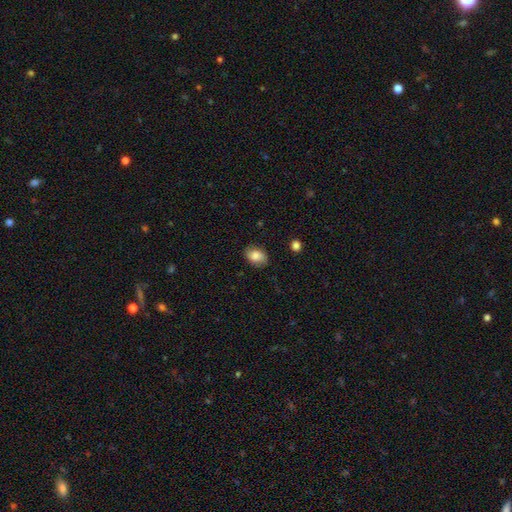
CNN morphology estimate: Q: Smooth or featured?
A: smooth (85%); runner-up: star or artifact (8%)
Q: How rounded?
A: in between (76%); runner-up: round (23%)
Q: Merging?
A: none (84%); runner-up: minor disturbance (12%)